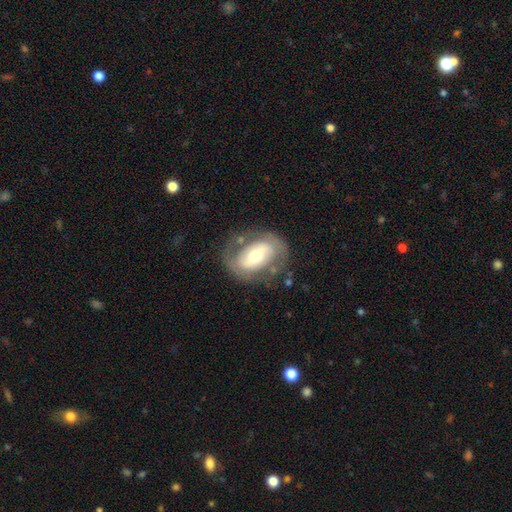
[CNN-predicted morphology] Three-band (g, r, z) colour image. It shows a featured or disk galaxy (63%) with no bar (36%), spiral arms (58%) and a moderate central bulge (61%). Merging: none (67%).